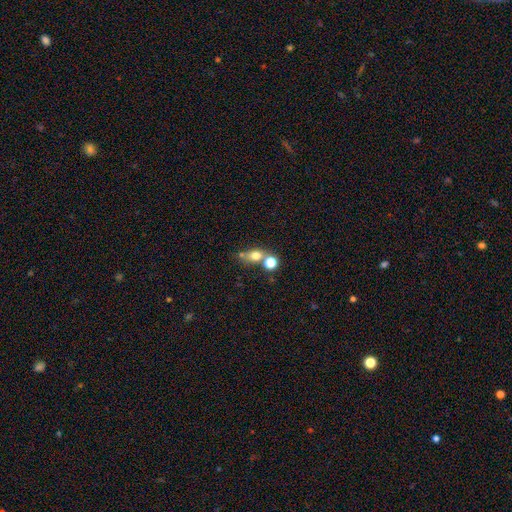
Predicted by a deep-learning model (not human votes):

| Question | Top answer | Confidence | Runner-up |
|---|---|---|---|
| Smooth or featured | smooth | 71% | star or artifact (15%) |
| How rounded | round | 55% | in between (42%) |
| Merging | none | 46% | merger (38%) |